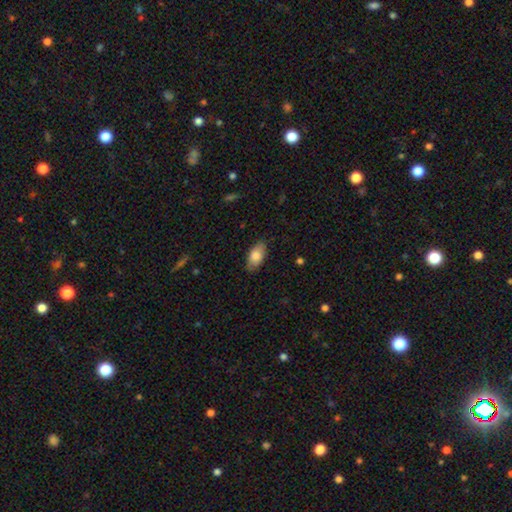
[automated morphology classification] This is clearly a smooth galaxy (83%). How rounded: clearly in between (92%). Merging: clearly none (84%).